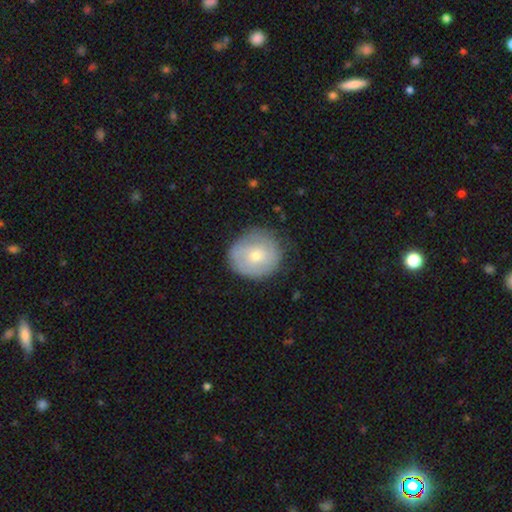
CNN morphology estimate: smooth-or-featured: smooth: 52% | featured or disk: 41% | star or artifact: 7%
  how-rounded: round: 87% | in between: 12% | cigar-shaped: 1%
  merging: none: 77% | minor disturbance: 17% | major disturbance: 5% | merger: 1%